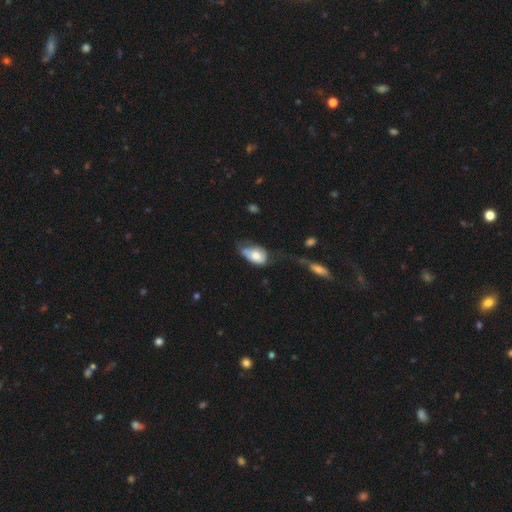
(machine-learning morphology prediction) smooth_or_featured: smooth (p=0.71) [alt: featured or disk p=0.22]
how_rounded: in between (p=0.88) [alt: round p=0.10]
merging: major disturbance (p=0.35) [alt: minor disturbance p=0.33]